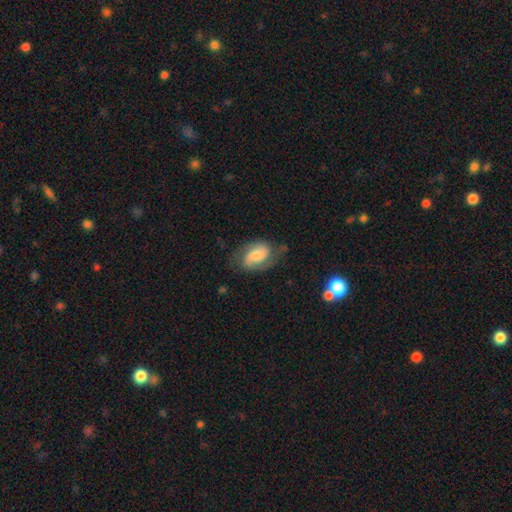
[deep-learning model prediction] smooth_or_featured: featured or disk (p=0.63) [alt: smooth p=0.29]
disk_edge_on: no (p=0.97) [alt: yes p=0.03]
bar: no (p=0.50) [alt: weak p=0.39]
has_spiral_arms: yes (p=0.91) [alt: no p=0.09]
spiral_winding: medium (p=0.47) [alt: tight p=0.27]
spiral_arm_count: 2 (p=0.82) [alt: can't tell p=0.08]
bulge_size: moderate (p=0.40) [alt: small p=0.30]
merging: none (p=0.61) [alt: minor disturbance p=0.25]